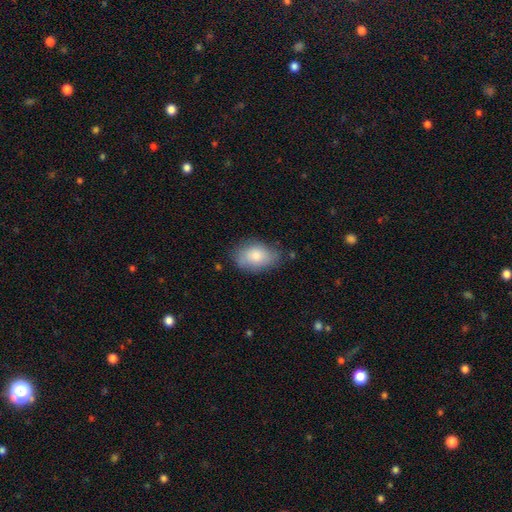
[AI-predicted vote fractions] Overall: smooth (81%). How rounded: in between (90%). Merging: none (66%).